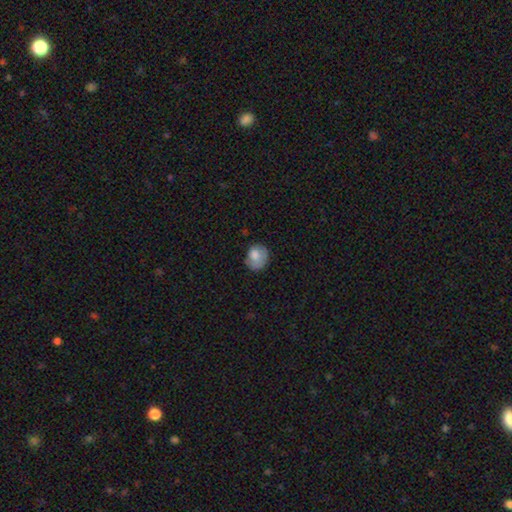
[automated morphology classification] Overall: smooth (77%). How rounded: round (59%; in between 41%). Merging: none (57%; minor disturbance 29%).